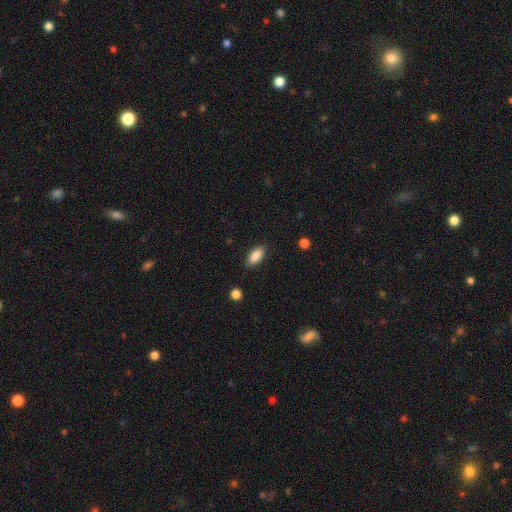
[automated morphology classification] smooth-or-featured: smooth: 87% | star or artifact: 7% | featured or disk: 6%
  how-rounded: in between: 89% | cigar-shaped: 8% | round: 3%
  merging: none: 85% | minor disturbance: 11% | major disturbance: 3% | merger: 1%